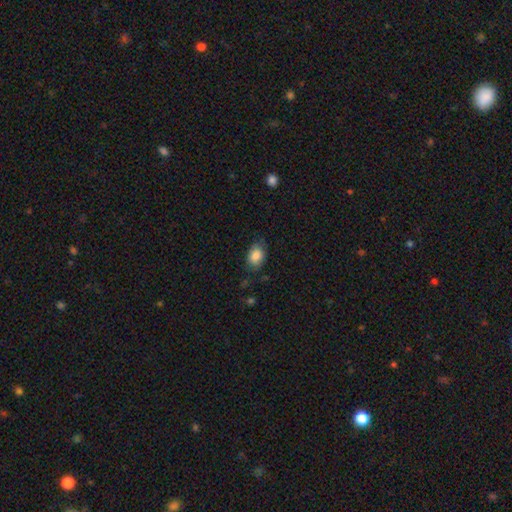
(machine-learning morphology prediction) The model was most divided on "merging": none: 74%, minor disturbance: 20%, major disturbance: 5%, merger: 2%. More confident: smooth or featured — smooth (84%); how rounded — in between (78%).